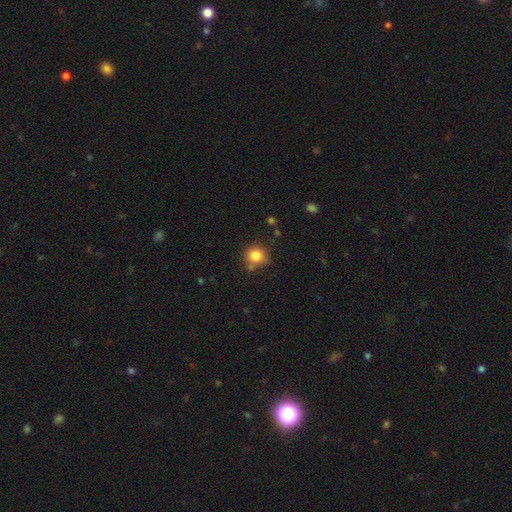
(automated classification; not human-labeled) Smooth or featured?
  - smooth: 83% *
  - star or artifact: 11%
  - featured or disk: 6%
How rounded?
  - round: 87% *
  - in between: 12%
  - cigar-shaped: 1%
Merging?
  - none: 73% *
  - minor disturbance: 15%
  - merger: 8%
  - major disturbance: 4%